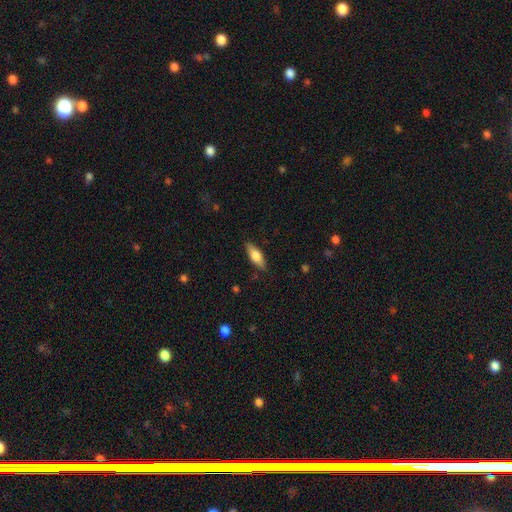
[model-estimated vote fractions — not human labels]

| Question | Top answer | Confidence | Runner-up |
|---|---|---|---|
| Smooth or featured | smooth | 65% | featured or disk (29%) |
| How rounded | in between | 64% | cigar-shaped (33%) |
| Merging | none | 84% | minor disturbance (12%) |